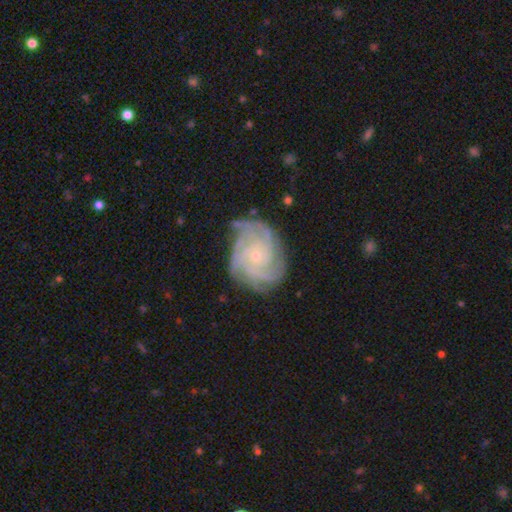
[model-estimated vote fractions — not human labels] Smooth or featured? Predicted: featured or disk (p=0.88). Edge-on disk? Predicted: no (p=0.98). Bar? Predicted: no (p=0.79). Spiral arms? Predicted: yes (p=0.98). Spiral winding? Predicted: tight (p=0.72). Spiral arm count? Predicted: 4 (p=0.37). Bulge size? Predicted: small (p=0.78). Merging? Predicted: none (p=0.74).